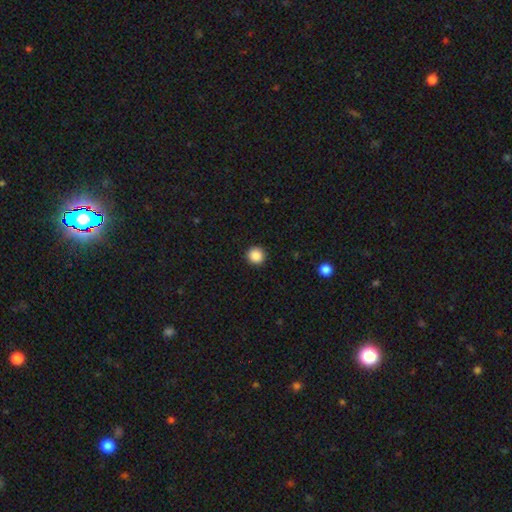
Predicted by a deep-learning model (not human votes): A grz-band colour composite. It shows a smooth galaxy with no disk features (88%) that is round (95%). Merging: none (93%).